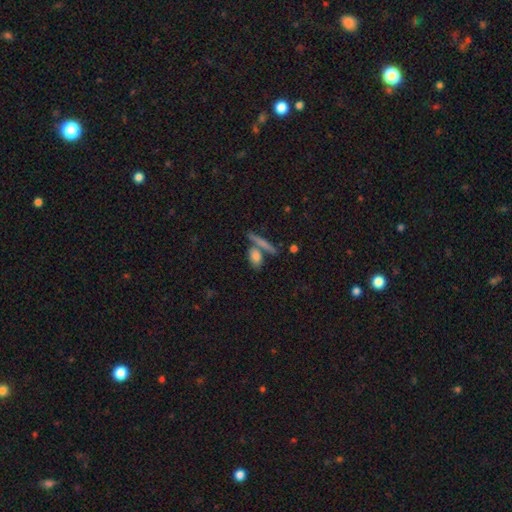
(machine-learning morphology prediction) This appears to be a smooth galaxy with no disk features (77%) that is in between round and cigar-shaped (58%). Merging: none (58%).